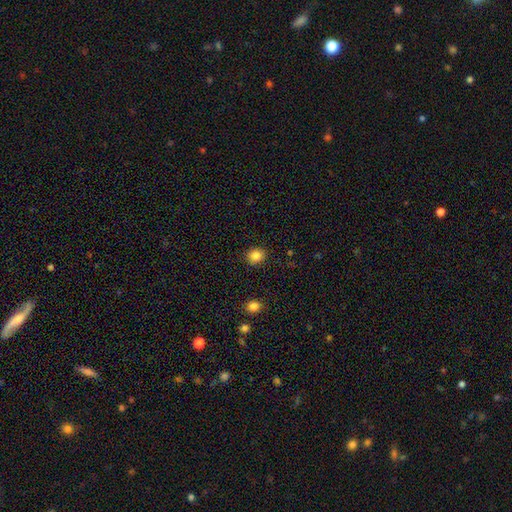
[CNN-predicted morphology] Q: Smooth or featured?
A: smooth (85%); runner-up: star or artifact (10%)
Q: How rounded?
A: round (77%); runner-up: in between (22%)
Q: Merging?
A: none (90%); runner-up: minor disturbance (7%)